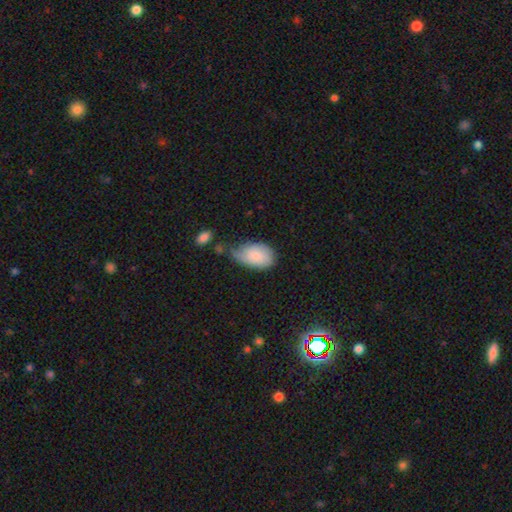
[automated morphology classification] A smooth galaxy with no disk features (78%) that is in between round and cigar-shaped (91%).

Vote fractions:
- Smooth or featured? smooth: 78% / featured or disk: 15% / star or artifact: 6%
- How rounded? in between: 91% / round: 8% / cigar-shaped: 1%
- Merging? minor disturbance: 42% / none: 36% / major disturbance: 15% / merger: 8%